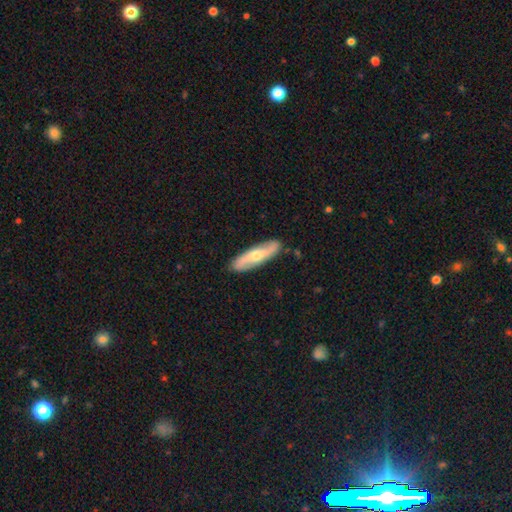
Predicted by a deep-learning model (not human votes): Smooth or featured?
  - featured or disk: 61% *
  - smooth: 34%
  - star or artifact: 5%
Edge-on disk?
  - no: 65% *
  - yes: 35%
Merging?
  - none: 88% *
  - minor disturbance: 9%
  - major disturbance: 2%
  - merger: 1%